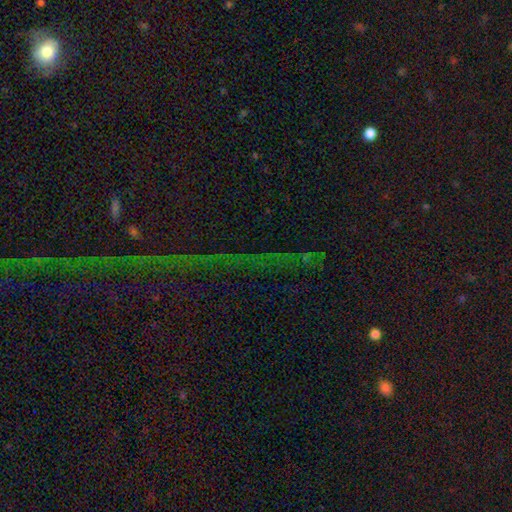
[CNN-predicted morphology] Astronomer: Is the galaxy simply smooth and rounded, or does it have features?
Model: star or artifact — 78%.